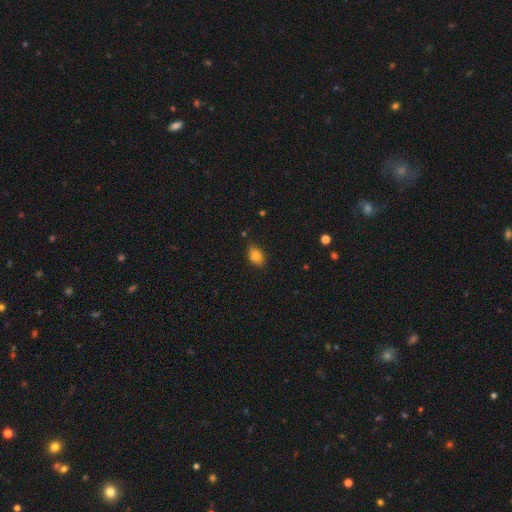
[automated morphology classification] Smooth or featured? smooth (79%)
How rounded? in between (81%)
Merging? none (78%)